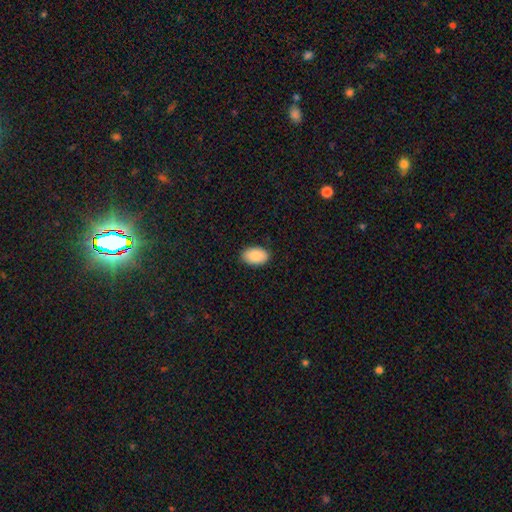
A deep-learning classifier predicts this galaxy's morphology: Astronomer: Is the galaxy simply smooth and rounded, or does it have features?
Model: smooth — 89%.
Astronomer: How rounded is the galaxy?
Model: in between — 92%.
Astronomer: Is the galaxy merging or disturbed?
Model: none — 89%.